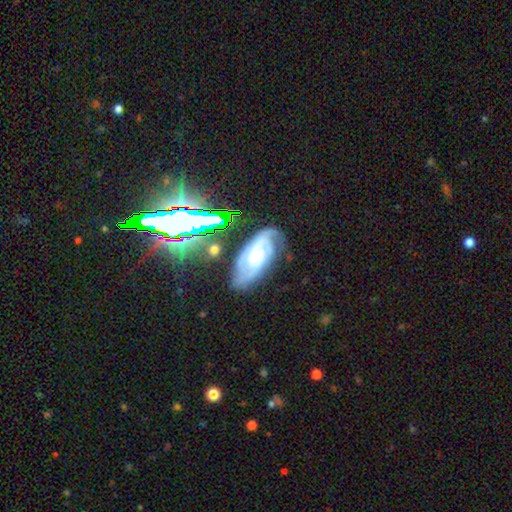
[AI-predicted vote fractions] Morphology: type=featured or disk (78%); edge-on=no (94%); bar=no (62%); spiral arms=yes (94%); winding=tight (54%); arm count=2 (46%); bulge=moderate (52%); merging=none (67%).